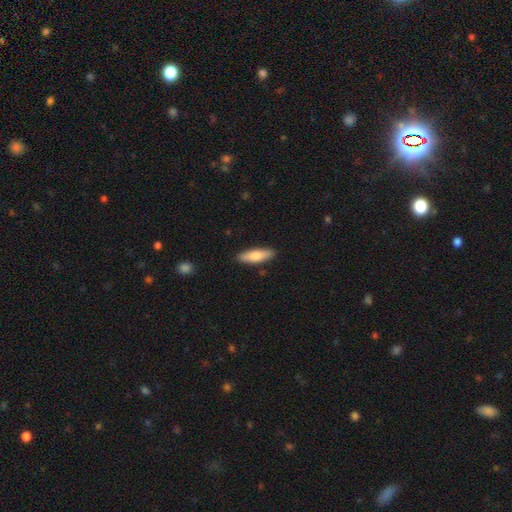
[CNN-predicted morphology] A smooth galaxy with no disk features (77%) that is cigar-shaped (54%).

Vote fractions:
- Smooth or featured? smooth: 77% / featured or disk: 18% / star or artifact: 5%
- How rounded? cigar-shaped: 54% / in between: 44% / round: 2%
- Merging? none: 88% / minor disturbance: 9% / major disturbance: 2% / merger: 1%